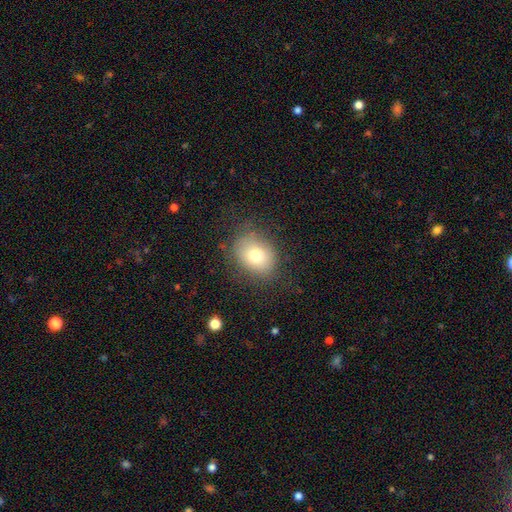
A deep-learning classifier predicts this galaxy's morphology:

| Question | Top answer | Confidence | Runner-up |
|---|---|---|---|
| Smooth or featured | smooth | 74% | featured or disk (14%) |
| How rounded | round | 51% | in between (49%) |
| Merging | none | 76% | minor disturbance (15%) |